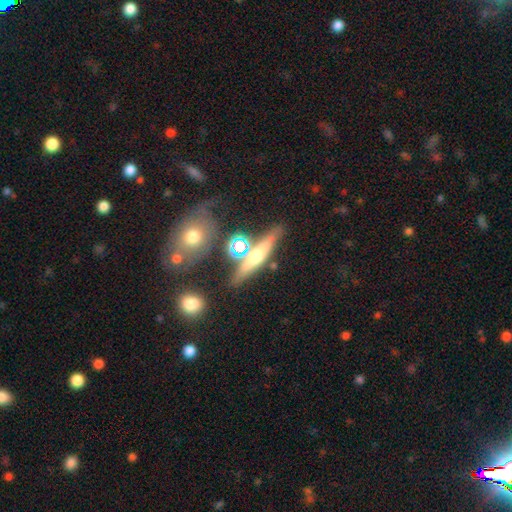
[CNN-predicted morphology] Smooth or featured?
  - featured or disk: 53% *
  - smooth: 33%
  - star or artifact: 13%
Edge-on disk?
  - yes: 87% *
  - no: 13%
Merging?
  - none: 68% *
  - merger: 14%
  - minor disturbance: 13%
  - major disturbance: 5%